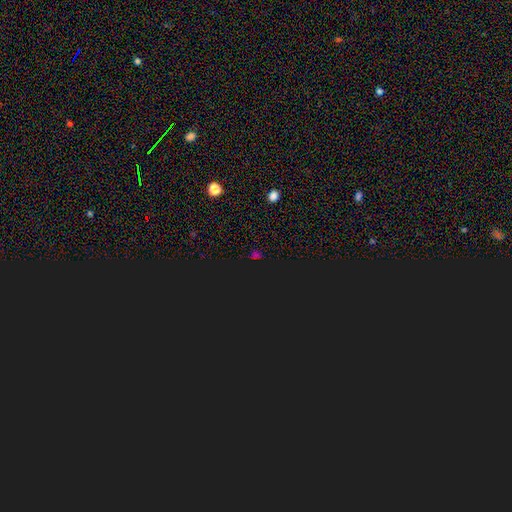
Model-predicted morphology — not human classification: Smooth or featured: star or artifact — 64% (smooth — 30%)